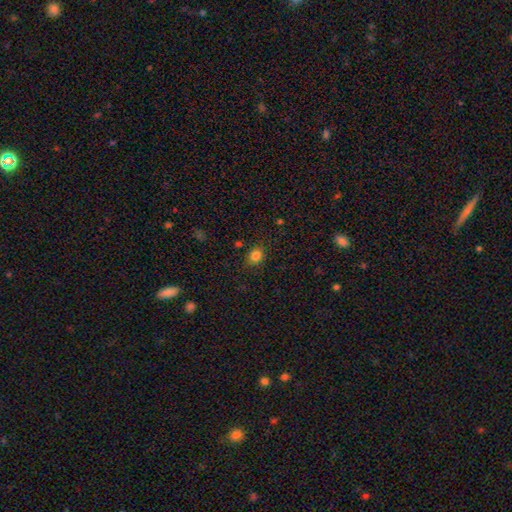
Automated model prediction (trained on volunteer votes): Morphology: type=smooth (83%); roundness=round (53%); merging=none (82%).